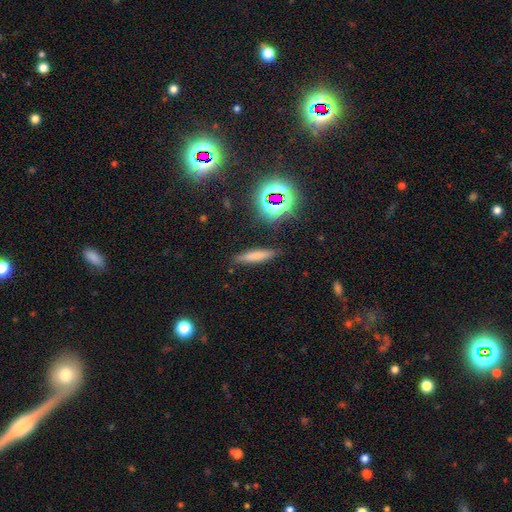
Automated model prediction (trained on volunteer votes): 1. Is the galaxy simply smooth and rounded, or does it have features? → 69% smooth, 17% featured or disk, 15% star or artifact.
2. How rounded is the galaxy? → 85% cigar-shaped, 13% in between, 2% round.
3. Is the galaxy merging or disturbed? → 85% none, 10% minor disturbance, 3% major disturbance, 2% merger.